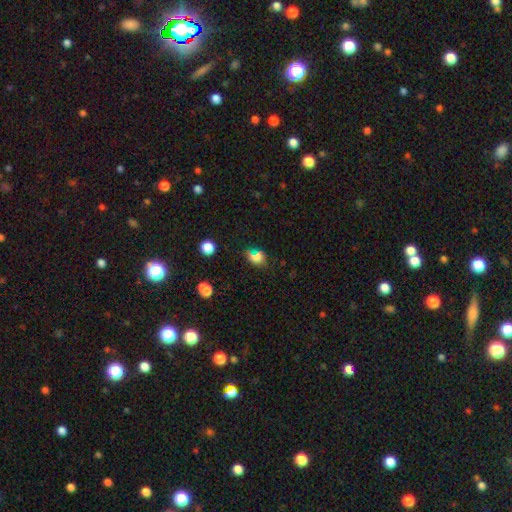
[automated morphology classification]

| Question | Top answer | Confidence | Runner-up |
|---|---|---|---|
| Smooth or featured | smooth | 69% | star or artifact (22%) |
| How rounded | in between | 49% | tied: round (49%) |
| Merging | none | 73% | minor disturbance (16%) |